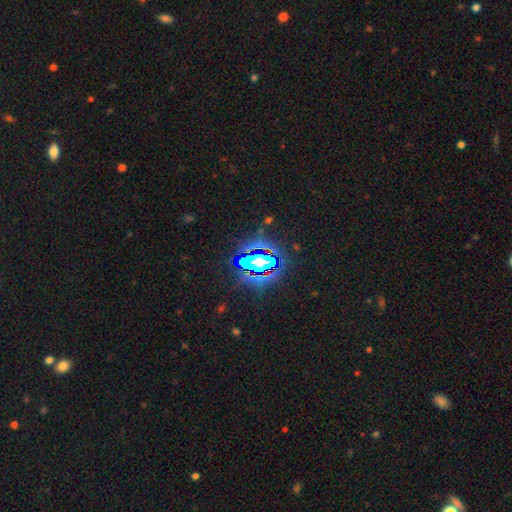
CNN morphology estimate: A star or artifact, not a galaxy (82%).